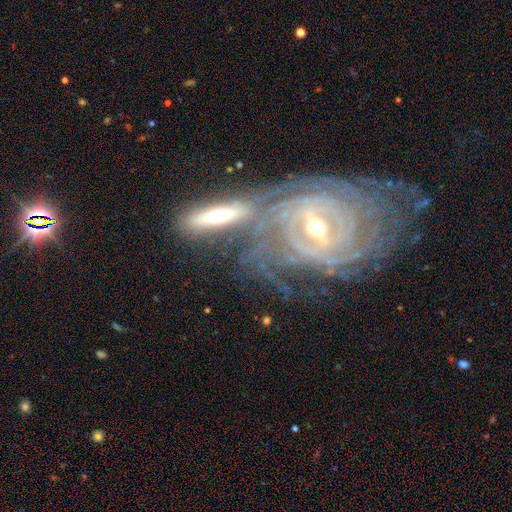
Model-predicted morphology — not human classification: smooth_or_featured: featured or disk (p=0.86) [alt: smooth p=0.07]
disk_edge_on: no (p=0.89) [alt: yes p=0.11]
bar: weak (p=0.40) [alt: strong p=0.39]
has_spiral_arms: yes (p=0.95) [alt: no p=0.05]
spiral_winding: tight (p=0.82) [alt: medium p=0.15]
spiral_arm_count: can't tell (p=0.38) [alt: 4 p=0.18]
bulge_size: moderate (p=0.55) [alt: small p=0.39]
merging: none (p=0.44) [alt: merger p=0.32]